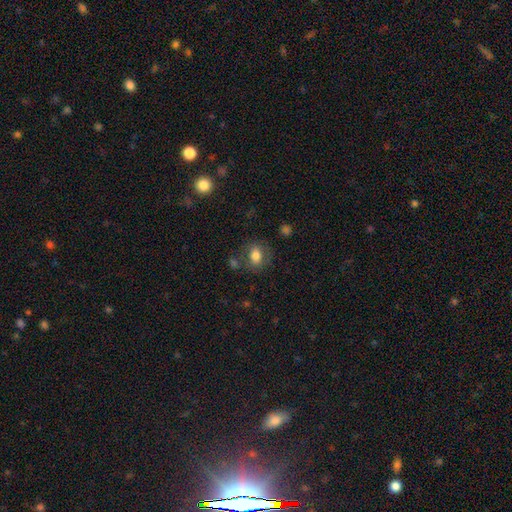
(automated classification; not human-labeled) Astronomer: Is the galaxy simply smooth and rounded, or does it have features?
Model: smooth — 77%.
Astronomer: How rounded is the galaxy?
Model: in between — 58% (runner-up: round, 41%).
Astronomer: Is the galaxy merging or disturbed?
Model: none — 68%.